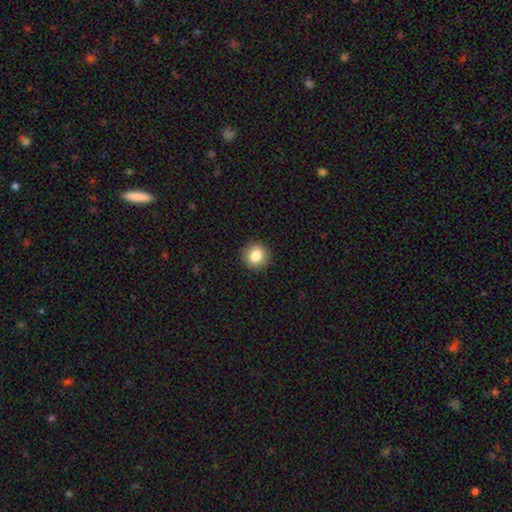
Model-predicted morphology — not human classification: A smooth galaxy with no disk features (84%) that is round (91%). Merging: none (92%).